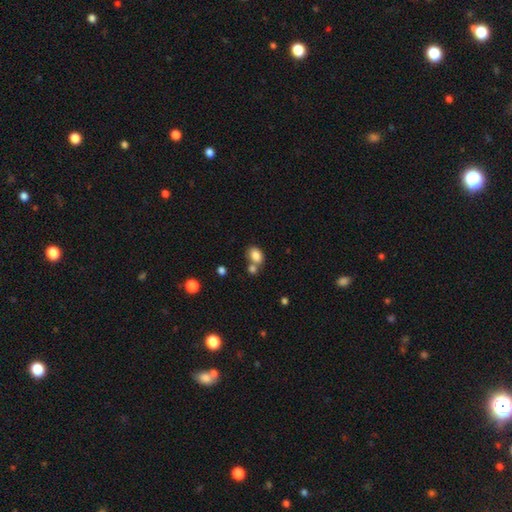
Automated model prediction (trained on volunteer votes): smooth_or_featured: smooth (p=0.83) [alt: star or artifact p=0.09]
how_rounded: in between (p=0.74) [alt: round p=0.25]
merging: none (p=0.49) [alt: merger p=0.36]